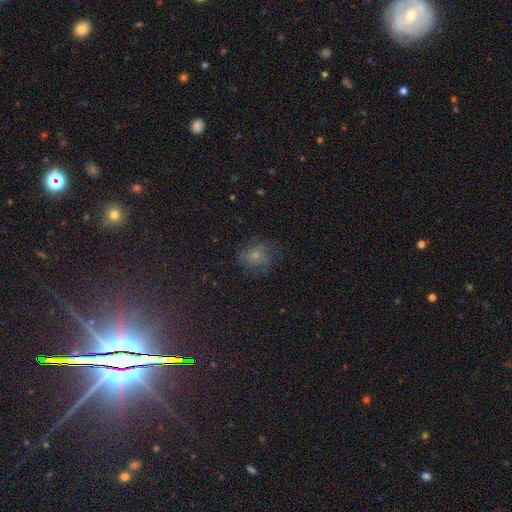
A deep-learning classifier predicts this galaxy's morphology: Smooth or featured?
  - smooth: 45% *
  - featured or disk: 37%
  - star or artifact: 18%
Merging?
  - none: 62% *
  - minor disturbance: 21%
  - major disturbance: 15%
  - merger: 2%